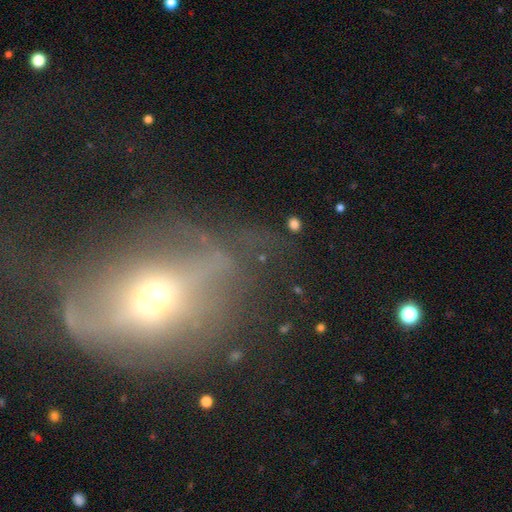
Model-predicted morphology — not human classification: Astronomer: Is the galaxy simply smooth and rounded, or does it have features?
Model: featured or disk — 50% (runner-up: smooth, 30%).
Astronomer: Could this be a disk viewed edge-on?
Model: no — 77%.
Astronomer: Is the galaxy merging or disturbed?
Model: none — 38%, tied with major disturbance at 38%.